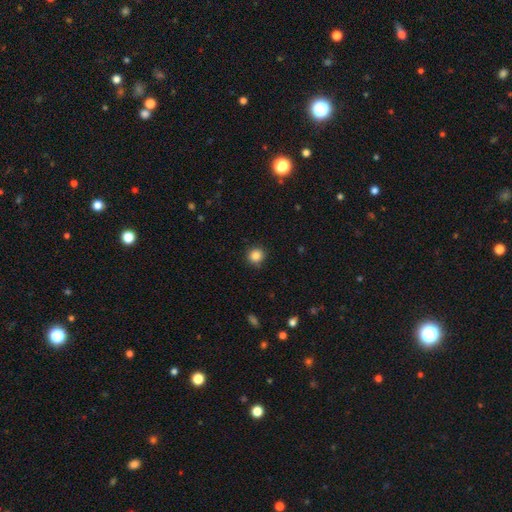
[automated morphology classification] Overall: smooth (86%). How rounded: round (92%). Merging: none (90%).